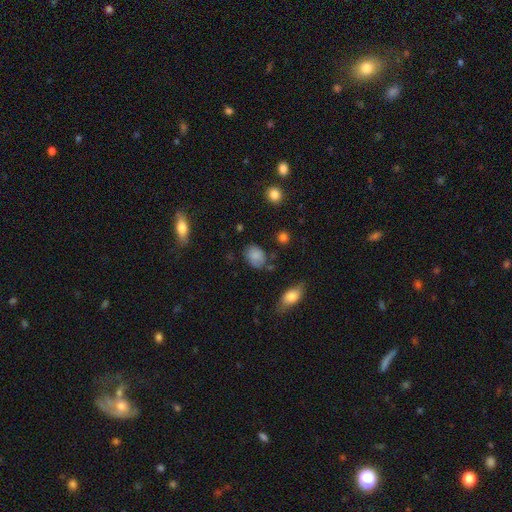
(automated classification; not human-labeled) A smooth galaxy with no disk features (81%) that is in between round and cigar-shaped (66%). Merging: none (64%).